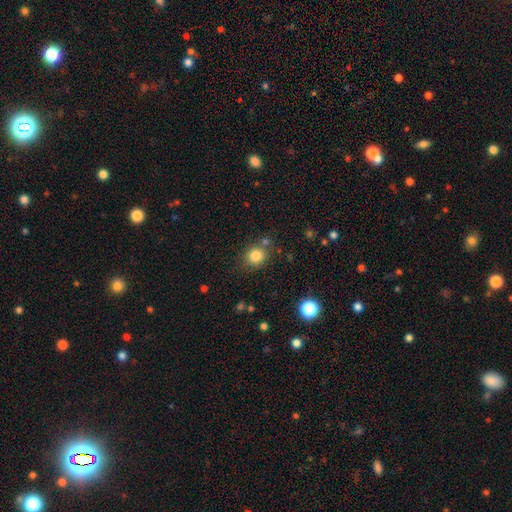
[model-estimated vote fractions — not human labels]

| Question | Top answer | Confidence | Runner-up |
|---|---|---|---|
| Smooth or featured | smooth | 82% | star or artifact (11%) |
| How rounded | round | 80% | in between (19%) |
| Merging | none | 75% | minor disturbance (12%) |